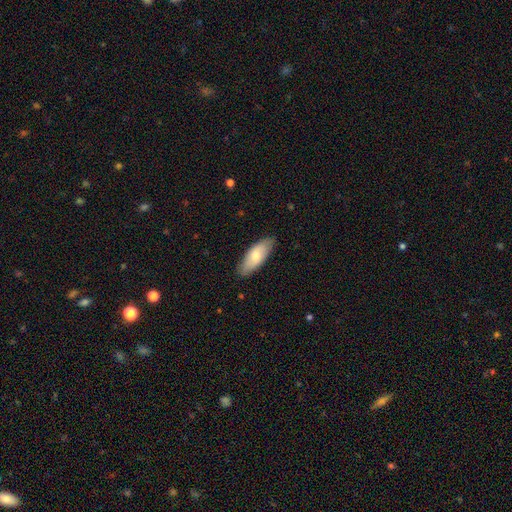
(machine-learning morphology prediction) Q: Smooth or featured?
A: smooth (71%); runner-up: featured or disk (24%)
Q: How rounded?
A: in between (77%); runner-up: cigar-shaped (21%)
Q: Merging?
A: none (85%); runner-up: minor disturbance (12%)